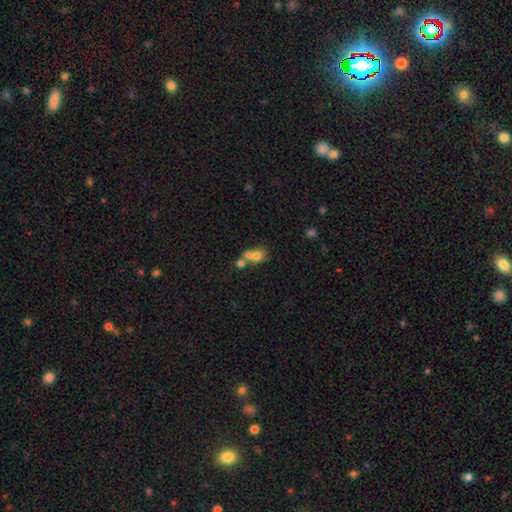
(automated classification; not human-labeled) smooth 66%, featured or disk 22%, star or artifact 12%. Down the decision tree: how rounded — round (62%); merging — merger (61%).